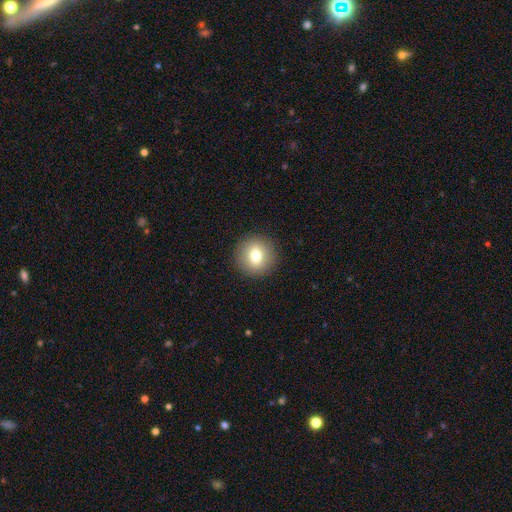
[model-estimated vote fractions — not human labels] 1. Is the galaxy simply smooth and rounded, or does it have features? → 75% smooth, 15% featured or disk, 10% star or artifact.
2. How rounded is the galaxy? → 91% round, 8% in between, 1% cigar-shaped.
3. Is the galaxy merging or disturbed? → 91% none, 6% minor disturbance, 2% major disturbance, 1% merger.